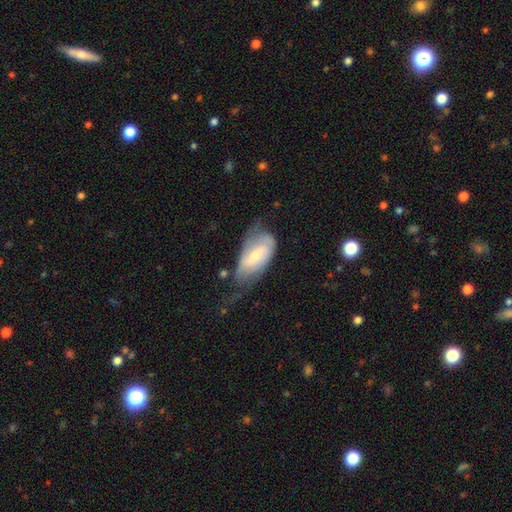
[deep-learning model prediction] The model was most divided on "bar": no: 42%, weak: 40%, strong: 18%. Remaining: edge-on disk — no (93%); spiral arms — yes (78%); smooth or featured — featured or disk (56%); bulge size — small (53%); merging — none (35%).